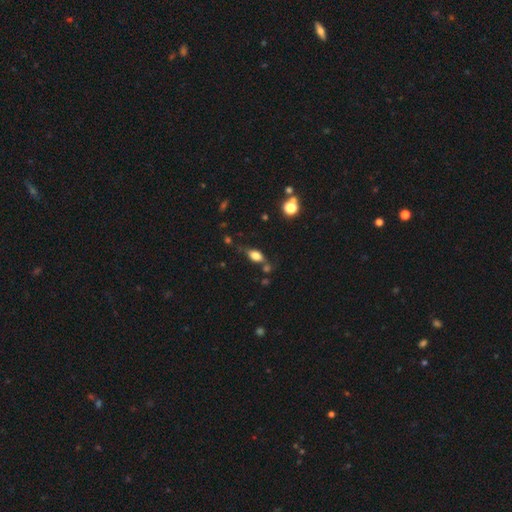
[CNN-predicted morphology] smooth_or_featured: smooth (p=0.76) [alt: featured or disk p=0.14]
how_rounded: in between (p=0.83) [alt: round p=0.10]
merging: none (p=0.61) [alt: minor disturbance p=0.22]